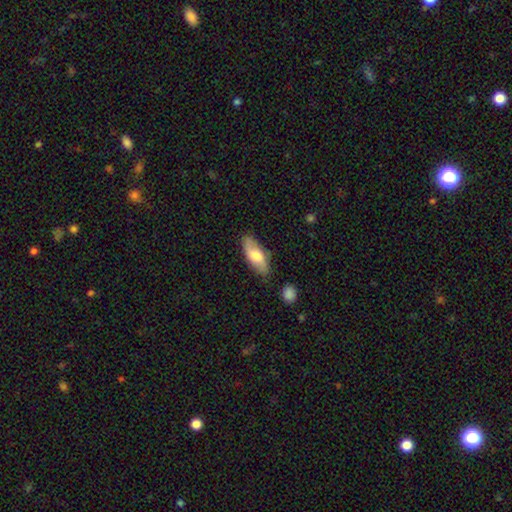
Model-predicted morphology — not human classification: smooth_or_featured: smooth (p=0.63) [alt: featured or disk p=0.32]
how_rounded: in between (p=0.79) [alt: cigar-shaped p=0.18]
merging: none (p=0.77) [alt: minor disturbance p=0.17]